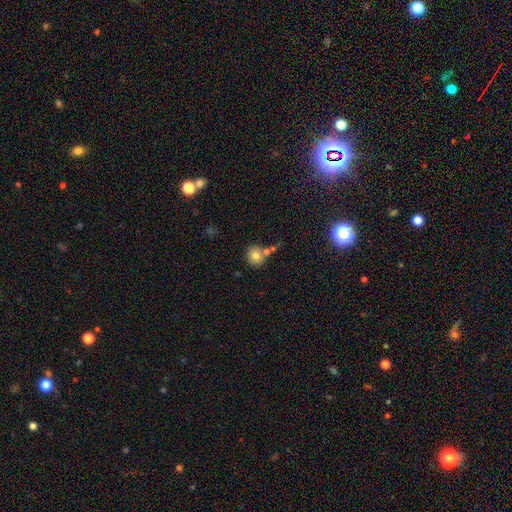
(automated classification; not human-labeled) Smooth or featured?
  - smooth: 78% *
  - featured or disk: 11%
  - star or artifact: 11%
How rounded?
  - round: 81% *
  - in between: 18%
  - cigar-shaped: 1%
Merging?
  - none: 63% *
  - merger: 22%
  - minor disturbance: 11%
  - major disturbance: 3%